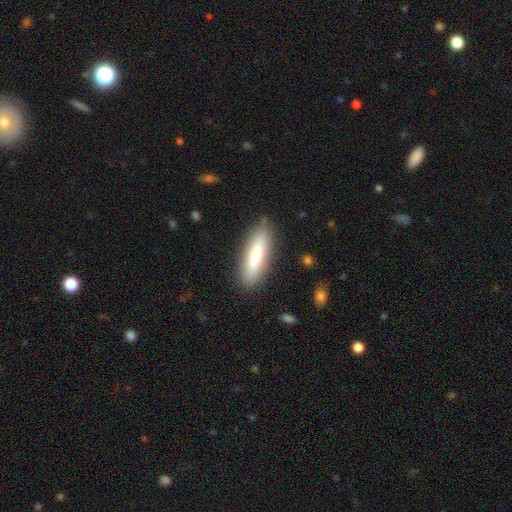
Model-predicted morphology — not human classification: This appears to be a smooth galaxy with no disk features (73%) that is cigar-shaped (62%). Merging: none (86%).